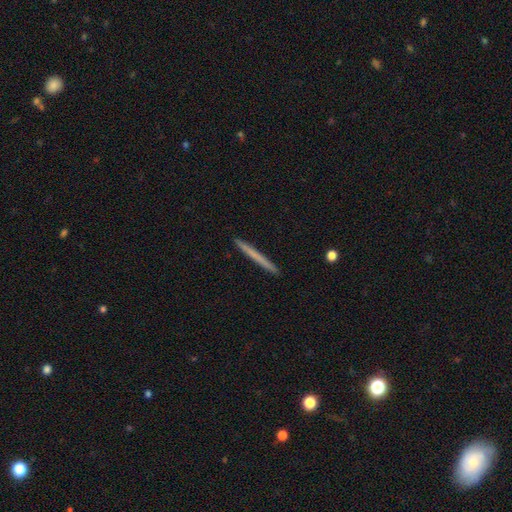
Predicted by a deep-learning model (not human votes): Overall: smooth (61%; featured or disk 33%). How rounded: cigar-shaped (97%). Merging: none (93%).